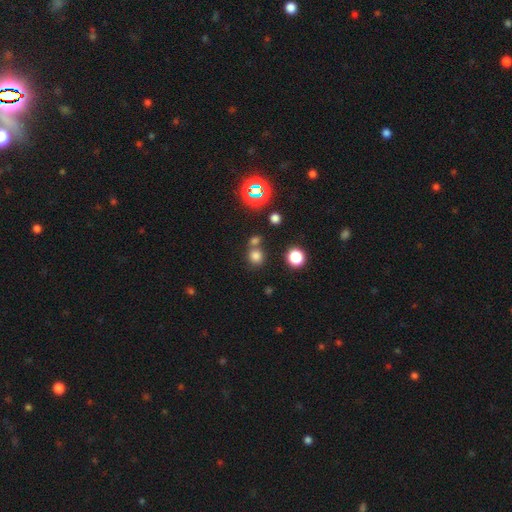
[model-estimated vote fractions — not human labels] A smooth galaxy with no disk features (72%) that is round (84%).

Vote fractions:
- Smooth or featured? smooth: 72% / star or artifact: 22% / featured or disk: 6%
- How rounded? round: 84% / in between: 15% / cigar-shaped: 1%
- Merging? none: 64% / merger: 25% / minor disturbance: 8% / major disturbance: 4%